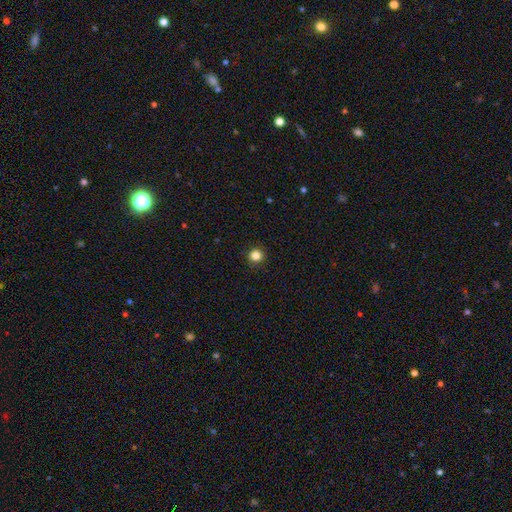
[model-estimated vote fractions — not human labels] This appears to be a smooth galaxy with no disk features (83%) that is round (95%). Merging: none (92%).